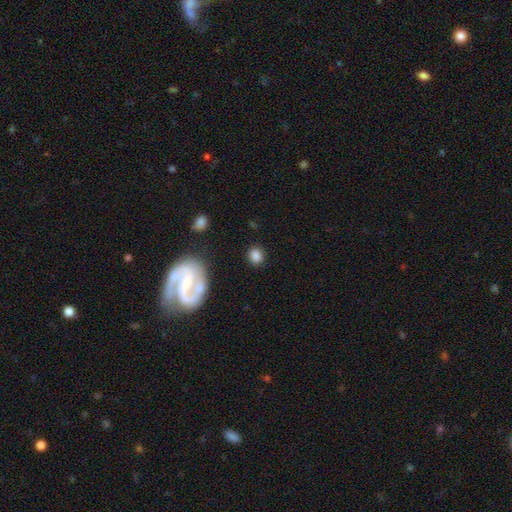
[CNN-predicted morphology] type=smooth (82%); roundness=round (62%); merging=none (84%).